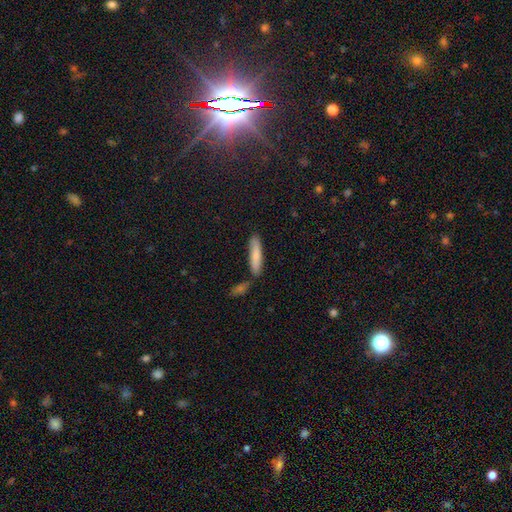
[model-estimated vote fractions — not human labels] This is likely a smooth galaxy (80%). How rounded: clearly cigar-shaped (81%). Merging: likely none (76%).